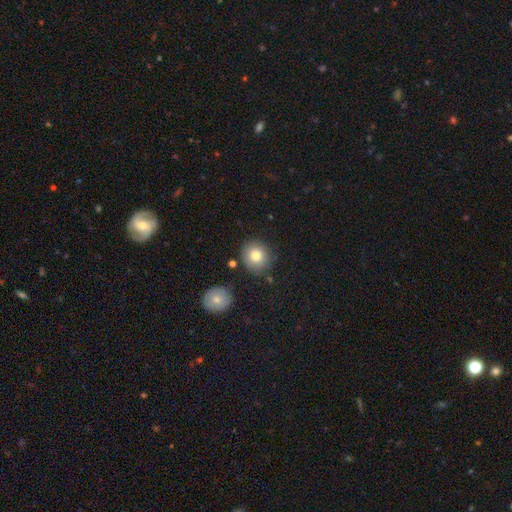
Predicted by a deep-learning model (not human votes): smooth 80%, featured or disk 11%, star or artifact 10%. Down the decision tree: how rounded — round (88%); merging — none (80%).